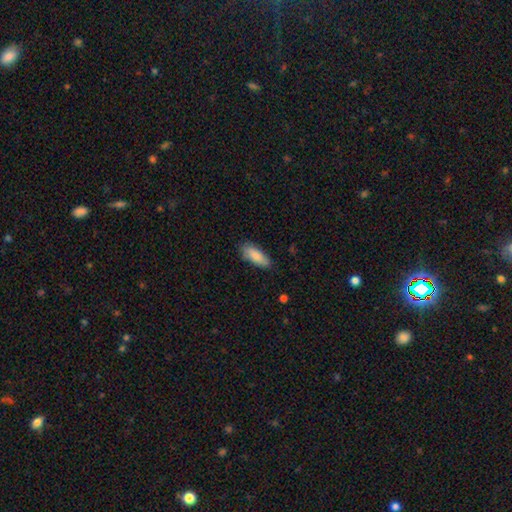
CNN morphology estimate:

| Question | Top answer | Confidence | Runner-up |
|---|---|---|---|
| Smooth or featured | smooth | 86% | featured or disk (8%) |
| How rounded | in between | 70% | cigar-shaped (28%) |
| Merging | none | 82% | minor disturbance (15%) |